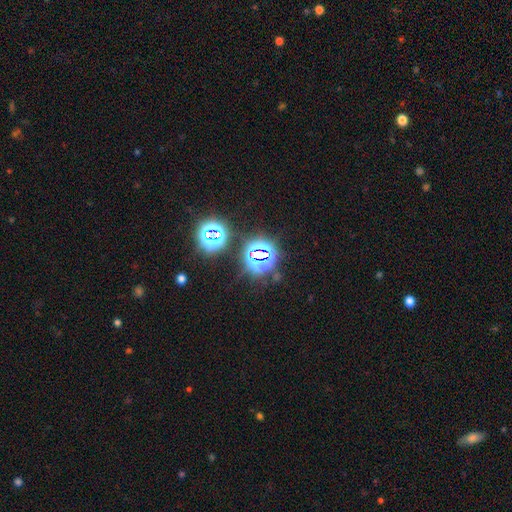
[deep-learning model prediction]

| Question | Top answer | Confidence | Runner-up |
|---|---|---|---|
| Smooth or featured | star or artifact | 78% | smooth (14%) |